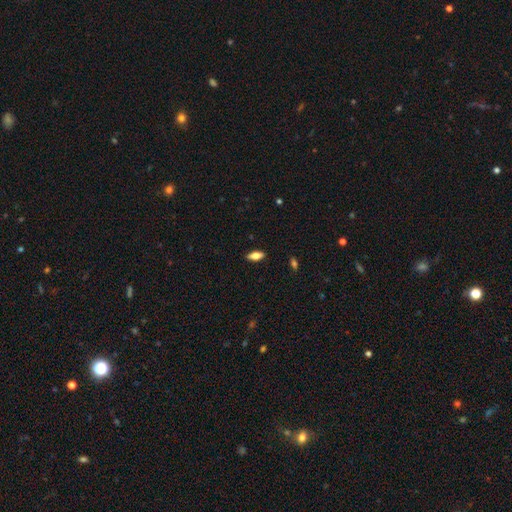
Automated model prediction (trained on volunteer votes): This is likely a smooth galaxy (67%). How rounded: likely in between (76%). Merging: clearly none (89%).